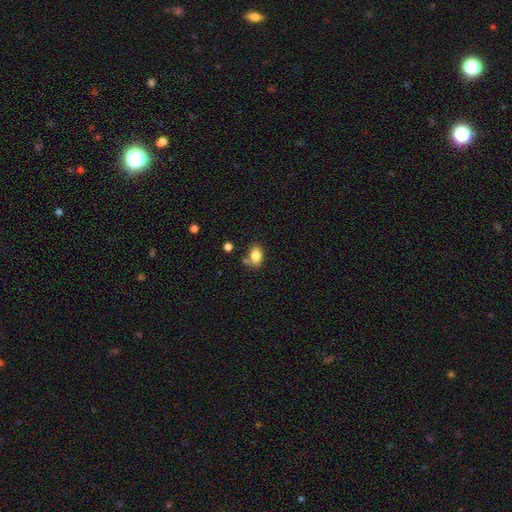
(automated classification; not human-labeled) Overall: smooth (82%). How rounded: in between (74%). Merging: none (60%).